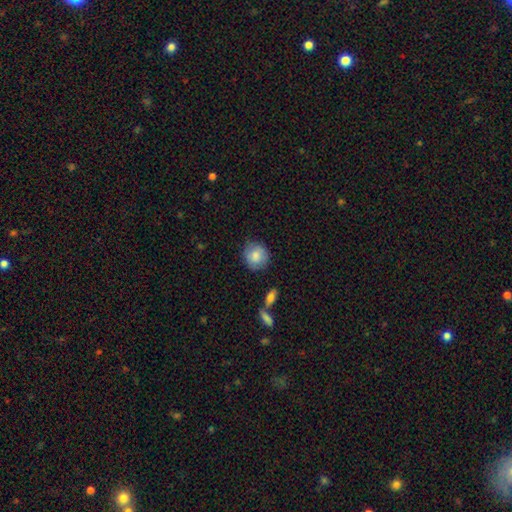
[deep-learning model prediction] smooth-or-featured: smooth: 82% | featured or disk: 11% | star or artifact: 7%
  how-rounded: round: 84% | in between: 15% | cigar-shaped: 1%
  merging: none: 80% | minor disturbance: 14% | major disturbance: 3% | merger: 2%